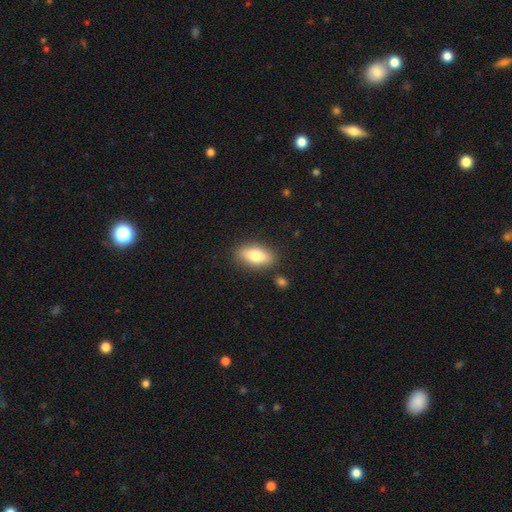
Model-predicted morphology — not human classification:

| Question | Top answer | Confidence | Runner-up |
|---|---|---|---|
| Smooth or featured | smooth | 78% | featured or disk (15%) |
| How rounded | in between | 85% | cigar-shaped (11%) |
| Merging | none | 85% | minor disturbance (10%) |